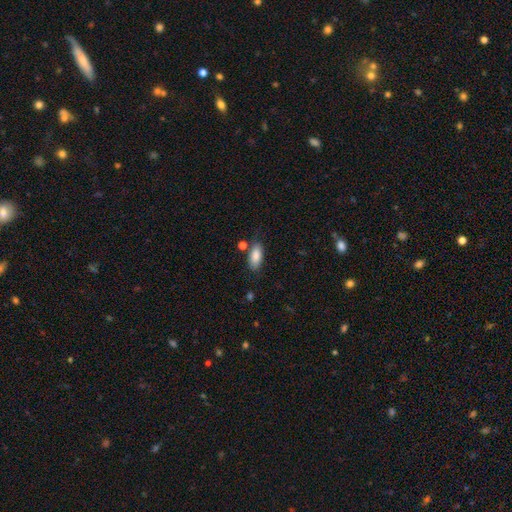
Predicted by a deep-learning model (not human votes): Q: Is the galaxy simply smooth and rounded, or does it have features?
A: smooth — 86%.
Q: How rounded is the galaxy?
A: in between — 88%.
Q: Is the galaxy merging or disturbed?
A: none — 75%.